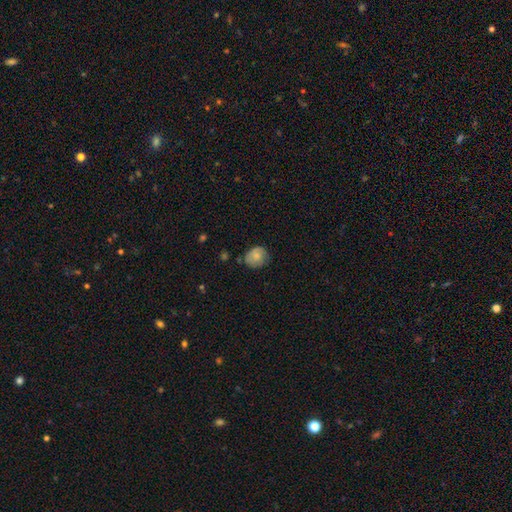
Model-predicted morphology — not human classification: smooth-or-featured: smooth: 69% | featured or disk: 23% | star or artifact: 8%
  how-rounded: round: 64% | in between: 35% | cigar-shaped: 1%
  merging: none: 63% | minor disturbance: 28% | major disturbance: 6% | merger: 2%